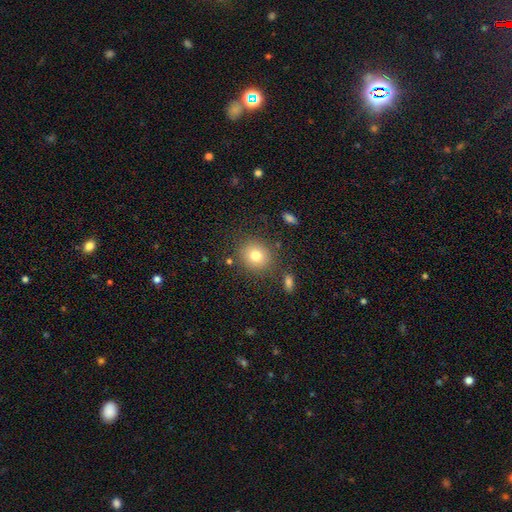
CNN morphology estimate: Smooth or featured: smooth — 78% (star or artifact — 11%)
How rounded: round — 83% (in between — 16%)
Merging: none — 83% (minor disturbance — 10%)